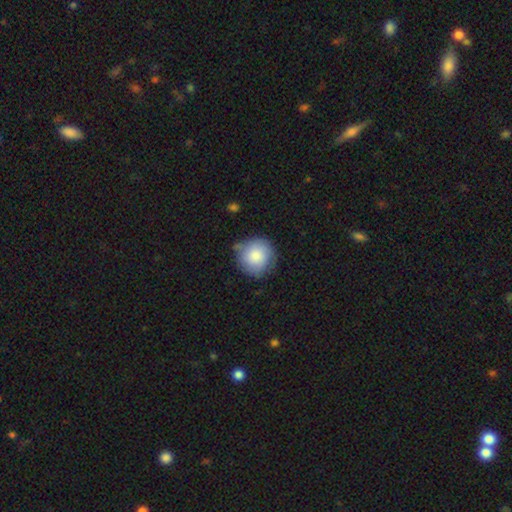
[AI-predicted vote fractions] The model was most divided on "merging": none: 65%, minor disturbance: 26%, major disturbance: 6%, merger: 4%. More confident: how rounded — round (92%); smooth or featured — smooth (82%).